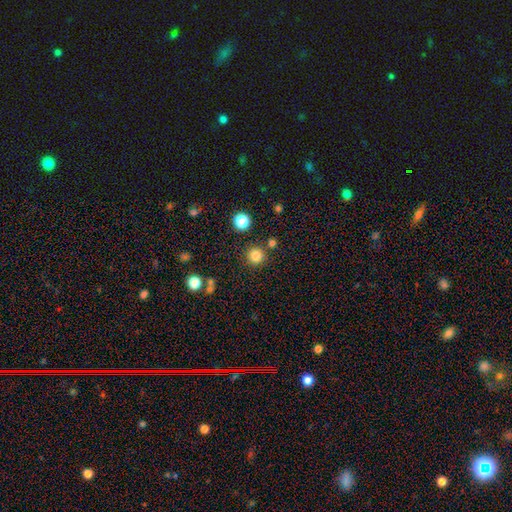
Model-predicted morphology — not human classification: Overall: smooth (82%). How rounded: round (95%). Merging: none (87%).